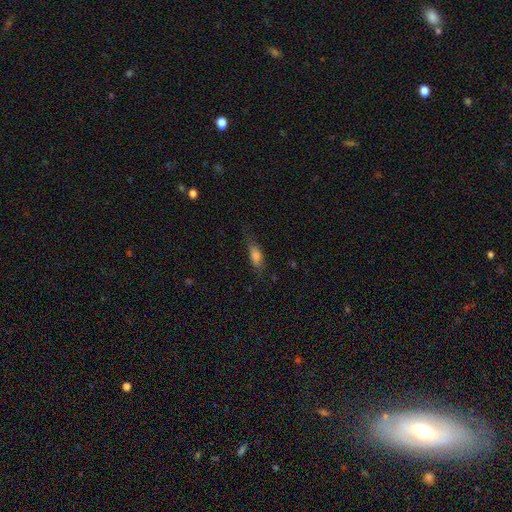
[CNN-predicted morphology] Q: Smooth or featured?
A: smooth (72%); runner-up: featured or disk (18%)
Q: How rounded?
A: in between (61%); runner-up: cigar-shaped (35%)
Q: Merging?
A: none (65%); runner-up: minor disturbance (24%)